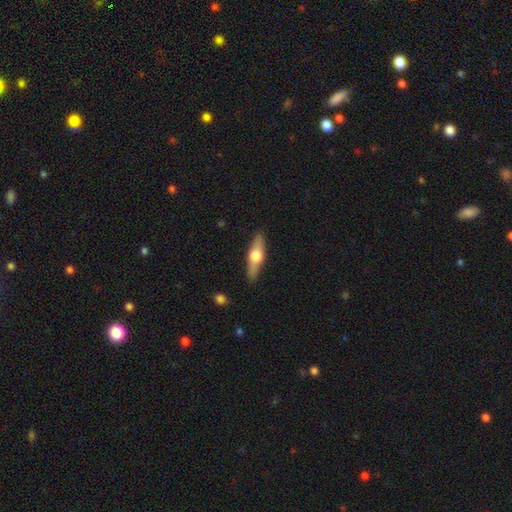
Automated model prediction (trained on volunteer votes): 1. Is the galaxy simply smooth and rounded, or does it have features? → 58% featured or disk, 36% smooth, 5% star or artifact.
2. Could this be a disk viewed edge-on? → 94% yes, 6% no.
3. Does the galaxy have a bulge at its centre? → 95% rounded, 3% boxy, 2% none.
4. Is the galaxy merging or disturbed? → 88% none, 8% minor disturbance, 2% major disturbance, 1% merger.